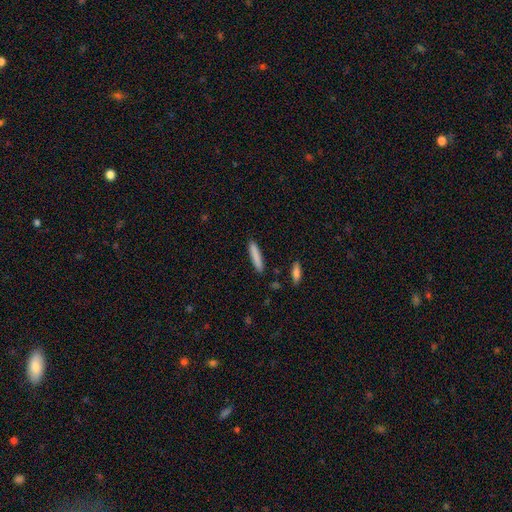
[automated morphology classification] smooth-or-featured: smooth: 84% | featured or disk: 10% | star or artifact: 6%
  how-rounded: cigar-shaped: 89% | in between: 10% | round: 1%
  merging: none: 89% | minor disturbance: 8% | merger: 2% | major disturbance: 2%